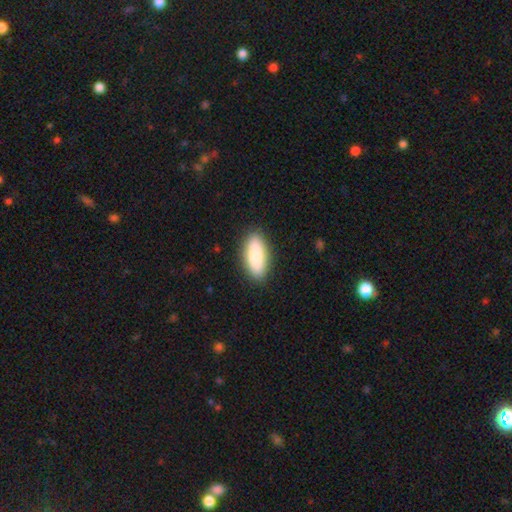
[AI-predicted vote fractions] Smooth or featured?
  - smooth: 84% *
  - featured or disk: 10%
  - star or artifact: 6%
How rounded?
  - in between: 77% *
  - cigar-shaped: 21%
  - round: 2%
Merging?
  - none: 88% *
  - minor disturbance: 8%
  - major disturbance: 2%
  - merger: 1%